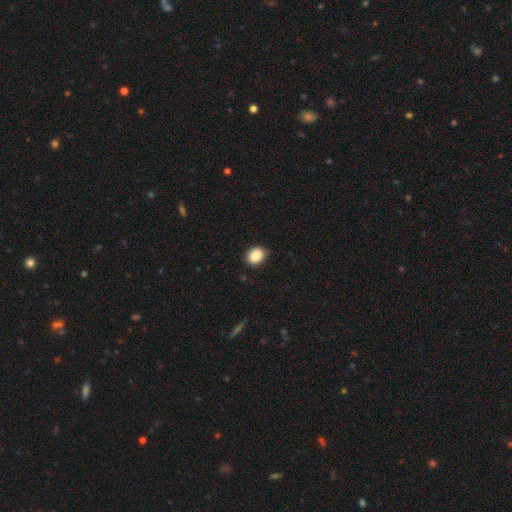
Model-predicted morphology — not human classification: Smooth or featured: smooth — 88% (star or artifact — 8%)
How rounded: in between — 53% (round — 46%)
Merging: none — 82% (minor disturbance — 14%)